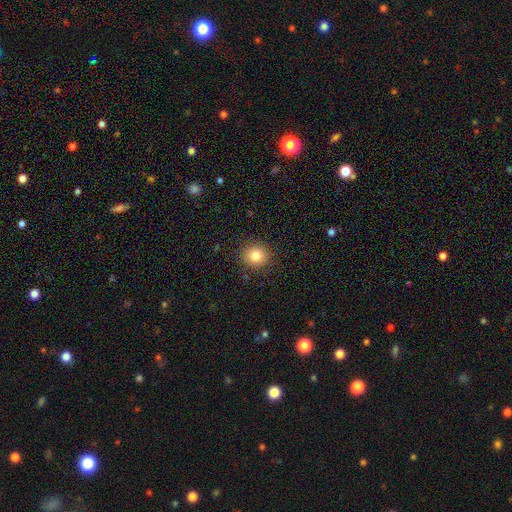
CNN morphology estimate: smooth-or-featured: smooth: 83% | star or artifact: 11% | featured or disk: 6%
  how-rounded: round: 88% | in between: 11% | cigar-shaped: 1%
  merging: none: 90% | minor disturbance: 7% | major disturbance: 2% | merger: 1%